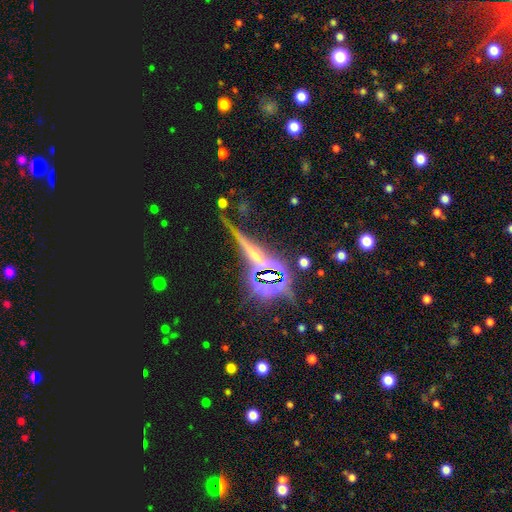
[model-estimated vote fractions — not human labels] Morphology: type=star or artifact (47%).